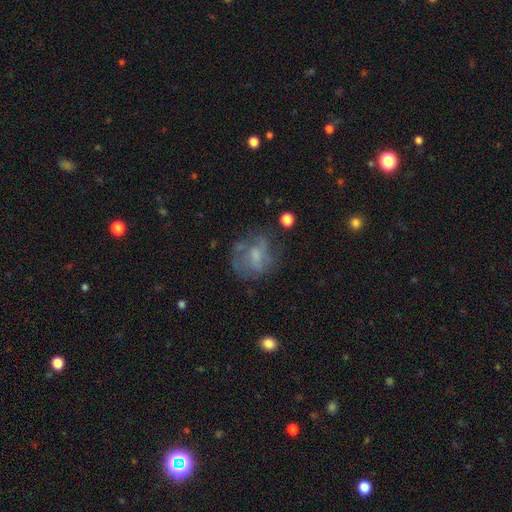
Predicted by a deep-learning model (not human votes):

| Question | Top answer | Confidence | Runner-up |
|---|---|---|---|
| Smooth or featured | featured or disk | 52% | smooth (37%) |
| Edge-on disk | no | 97% | yes (3%) |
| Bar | no | 58% | weak (35%) |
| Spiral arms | no | 50% | tied: yes (50%) |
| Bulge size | small | 40% | moderate (30%) |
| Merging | none | 53% | minor disturbance (22%) |